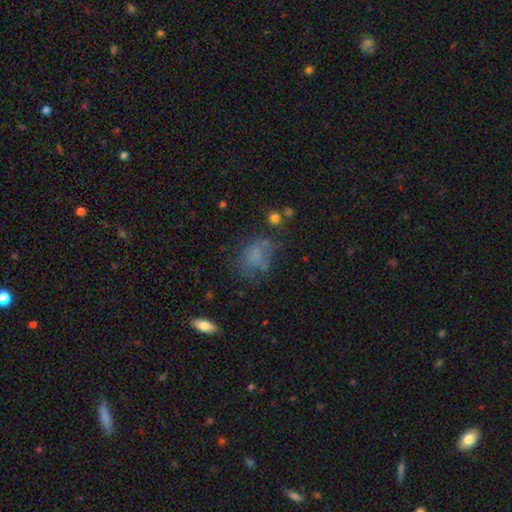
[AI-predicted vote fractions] Q: Smooth or featured?
A: smooth (58%); runner-up: featured or disk (26%)
Q: How rounded?
A: in between (65%); runner-up: round (33%)
Q: Merging?
A: none (48%); runner-up: minor disturbance (25%)